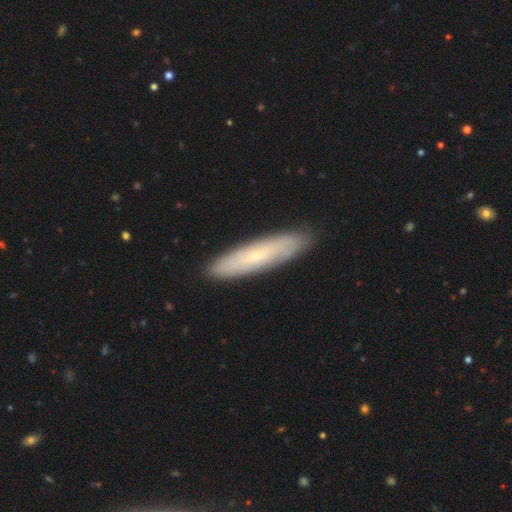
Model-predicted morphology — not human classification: This appears to be a smooth galaxy with no disk features (55%) that is cigar-shaped (83%). Merging: none (89%).